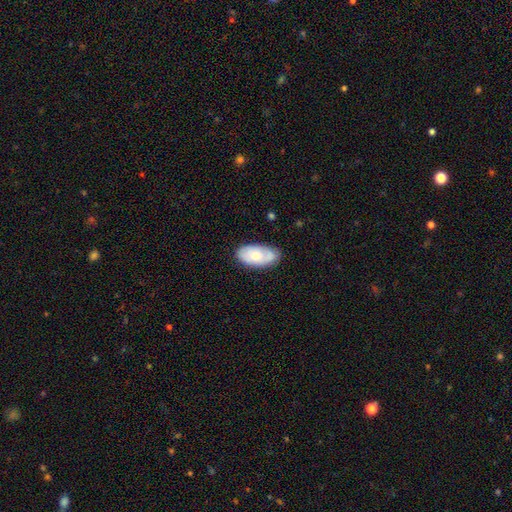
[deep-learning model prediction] Smooth or featured?
  - smooth: 60% *
  - featured or disk: 34%
  - star or artifact: 6%
How rounded?
  - in between: 94% *
  - round: 4%
  - cigar-shaped: 2%
Merging?
  - none: 74% *
  - minor disturbance: 20%
  - major disturbance: 4%
  - merger: 2%